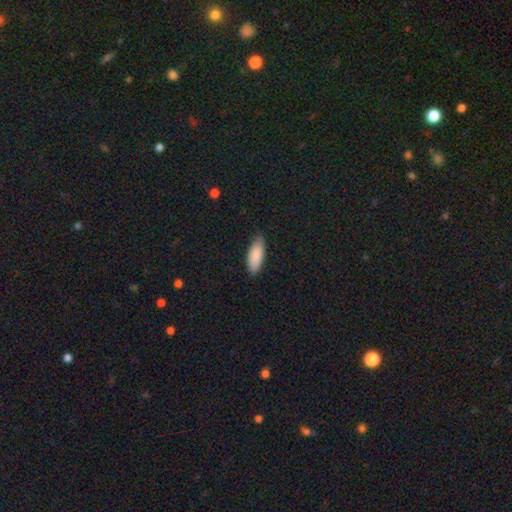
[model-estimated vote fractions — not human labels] smooth-or-featured: smooth: 89% | star or artifact: 6% | featured or disk: 5%
  how-rounded: in between: 76% | cigar-shaped: 22% | round: 2%
  merging: none: 78% | minor disturbance: 18% | major disturbance: 2% | merger: 1%